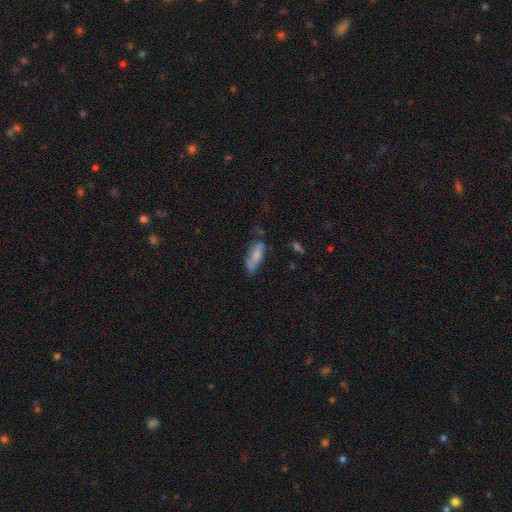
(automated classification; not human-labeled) This is likely a smooth galaxy (74%). How rounded: likely in between (67%). Merging: possibly none (52%).